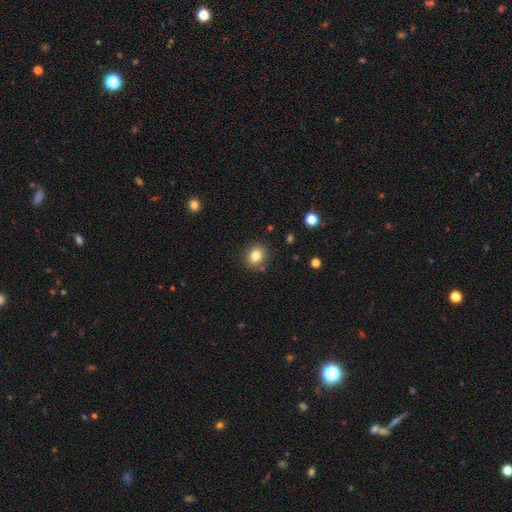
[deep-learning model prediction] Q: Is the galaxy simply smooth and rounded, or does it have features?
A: smooth — 83%.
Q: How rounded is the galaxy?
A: round — 69%.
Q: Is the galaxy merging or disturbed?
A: none — 84%.